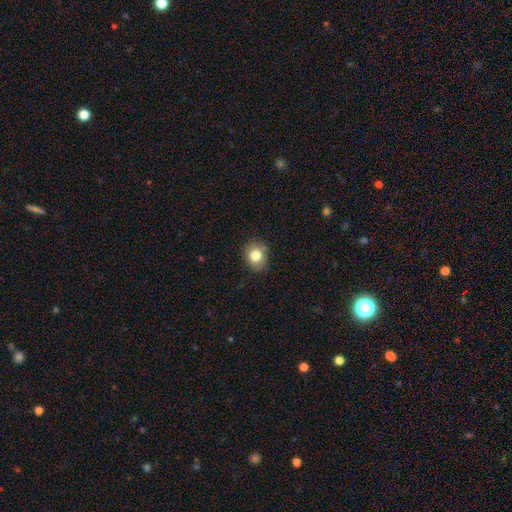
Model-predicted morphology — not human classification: This is clearly a smooth galaxy (80%). How rounded: likely round (67%). Merging: likely none (79%).